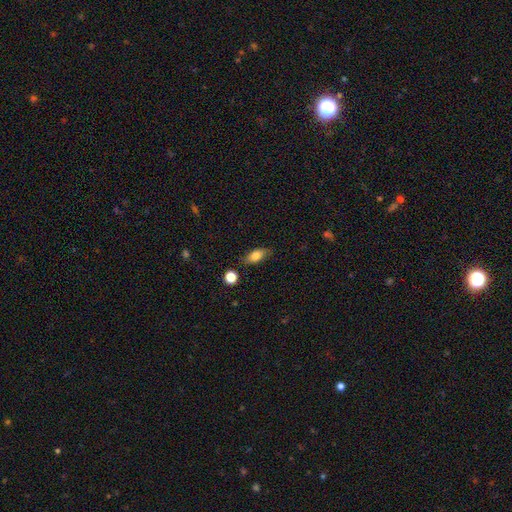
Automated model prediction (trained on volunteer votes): Overall: smooth (77%). How rounded: in between (83%). Merging: none (77%).